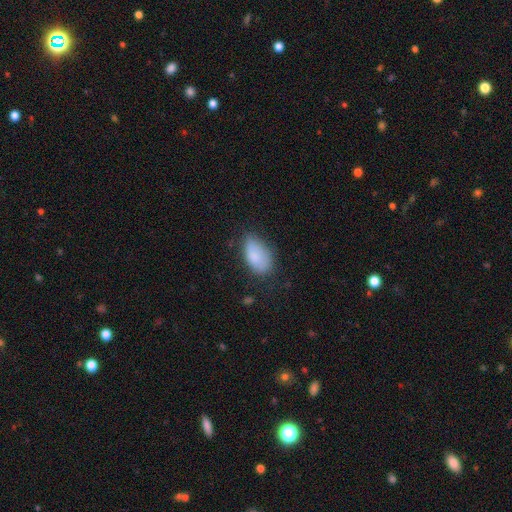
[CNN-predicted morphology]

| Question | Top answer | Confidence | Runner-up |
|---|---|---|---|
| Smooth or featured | smooth | 84% | featured or disk (9%) |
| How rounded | in between | 93% | round (5%) |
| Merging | none | 60% | minor disturbance (30%) |